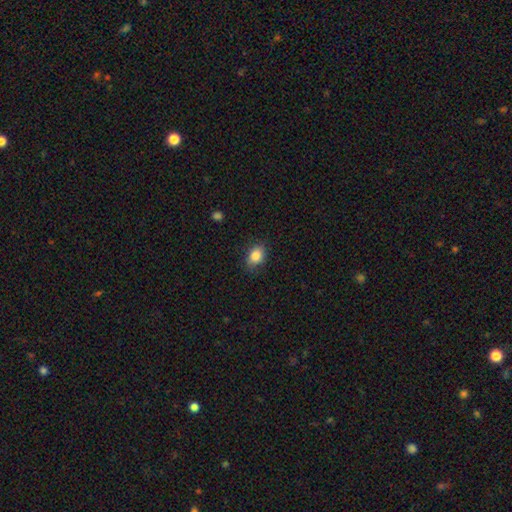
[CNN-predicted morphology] Smooth or featured? Predicted: smooth (p=0.85). How rounded? Predicted: in between (p=0.72). Merging? Predicted: none (p=0.79).